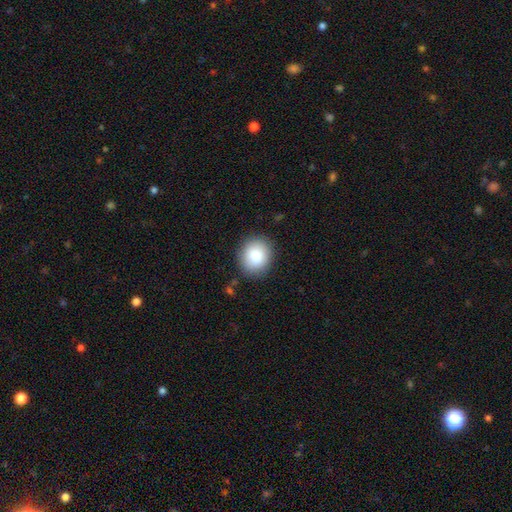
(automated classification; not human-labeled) smooth 87%, star or artifact 7%, featured or disk 6%. Down the decision tree: how rounded — round (74%); merging — none (86%).